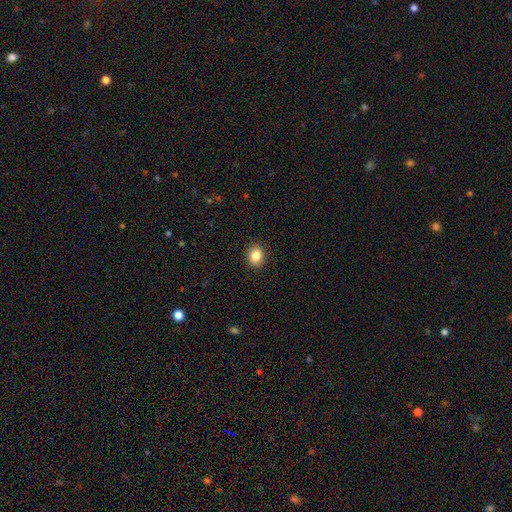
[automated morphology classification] This appears to be a smooth galaxy with no disk features (85%) that is round (55%). Merging: none (91%).